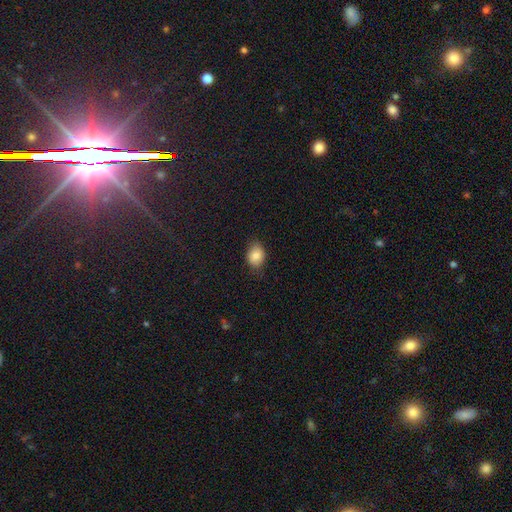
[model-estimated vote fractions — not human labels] Q: Smooth or featured?
A: smooth (83%); runner-up: star or artifact (9%)
Q: How rounded?
A: in between (69%); runner-up: round (30%)
Q: Merging?
A: none (79%); runner-up: minor disturbance (17%)